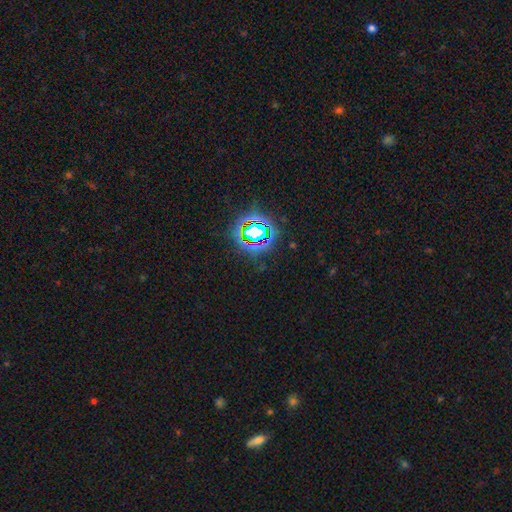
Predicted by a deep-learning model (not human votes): Morphology: type=star or artifact (79%).